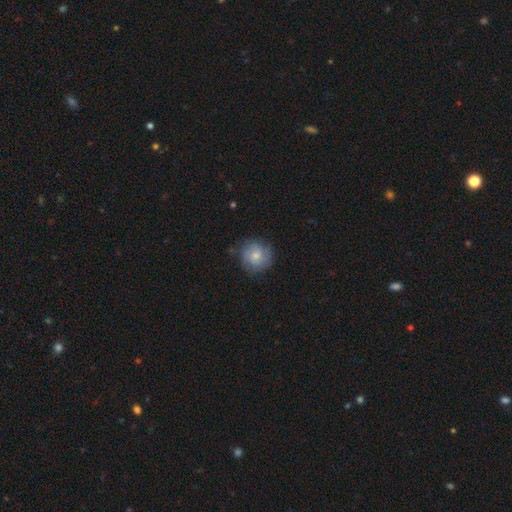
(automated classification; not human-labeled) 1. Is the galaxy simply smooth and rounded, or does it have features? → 56% smooth, 36% featured or disk, 8% star or artifact.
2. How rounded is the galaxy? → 90% round, 9% in between, 1% cigar-shaped.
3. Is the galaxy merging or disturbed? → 77% none, 17% minor disturbance, 5% major disturbance, 1% merger.